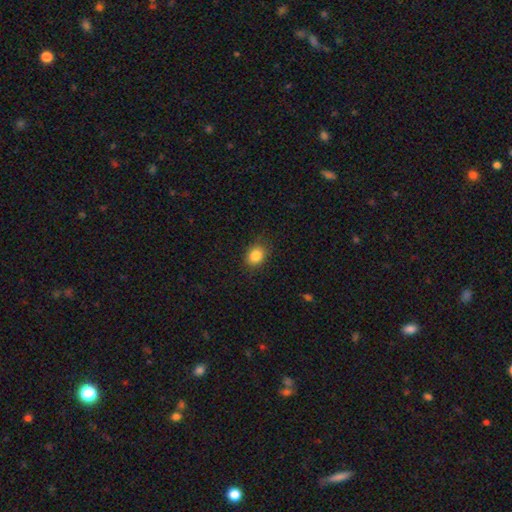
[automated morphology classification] This appears to be a smooth galaxy with no disk features (85%) that is in between round and cigar-shaped (50%). Merging: none (85%).